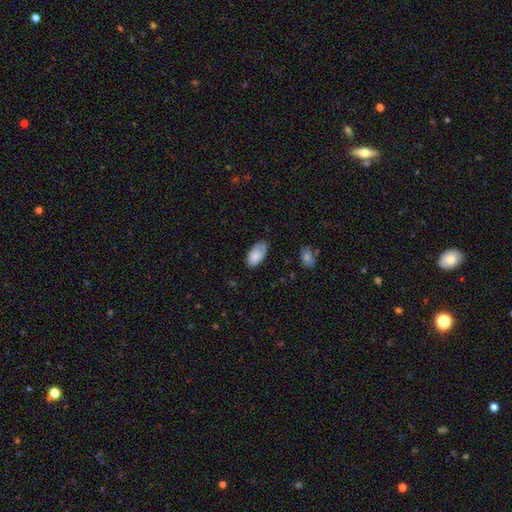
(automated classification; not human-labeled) A smooth galaxy with no disk features (85%) that is in between round and cigar-shaped (95%). Merging: none (67%).